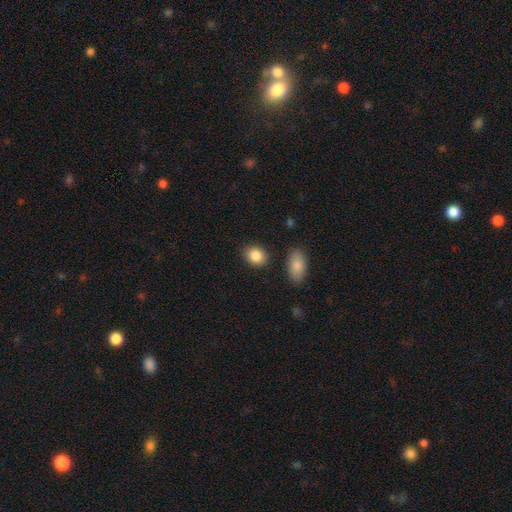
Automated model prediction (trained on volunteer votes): Smooth or featured: smooth — 86% (star or artifact — 8%)
How rounded: in between — 63% (round — 35%)
Merging: none — 85% (minor disturbance — 9%)